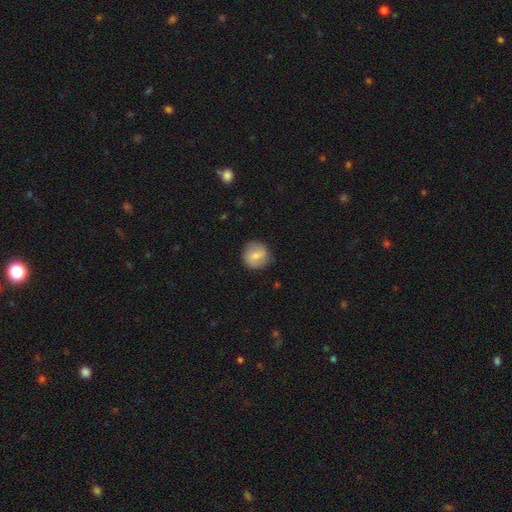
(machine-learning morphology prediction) A smooth galaxy with no disk features (63%) that is round (90%).

Vote fractions:
- Smooth or featured? smooth: 63% / featured or disk: 30% / star or artifact: 7%
- How rounded? round: 90% / in between: 9% / cigar-shaped: 1%
- Merging? none: 83% / minor disturbance: 12% / major disturbance: 3% / merger: 1%